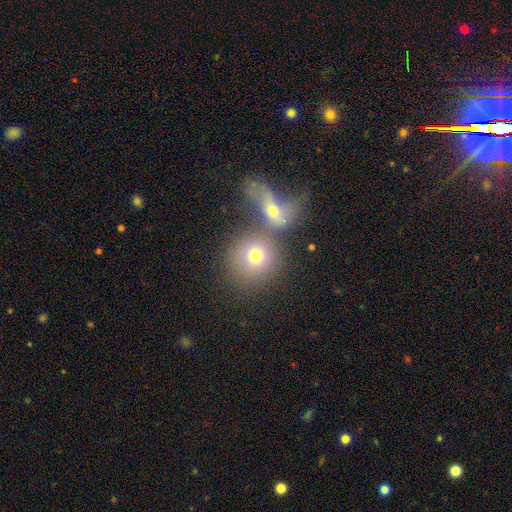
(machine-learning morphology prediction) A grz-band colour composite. It shows a smooth galaxy with no disk features (72%) that is round (83%). Merging: merger (44%).